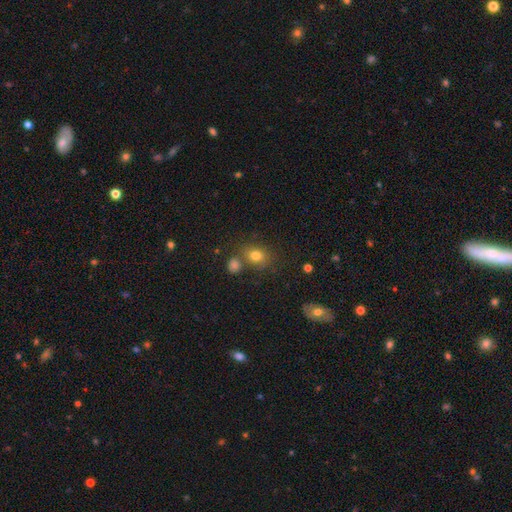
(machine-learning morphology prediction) smooth_or_featured: smooth (p=0.78) [alt: star or artifact p=0.13]
how_rounded: round (p=0.52) [alt: in between p=0.46]
merging: none (p=0.64) [alt: merger p=0.18]